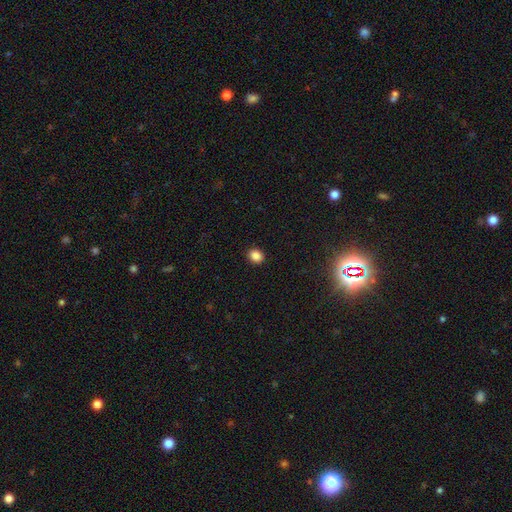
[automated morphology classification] Smooth or featured? smooth (86%)
How rounded? round (62%)
Merging? none (91%)